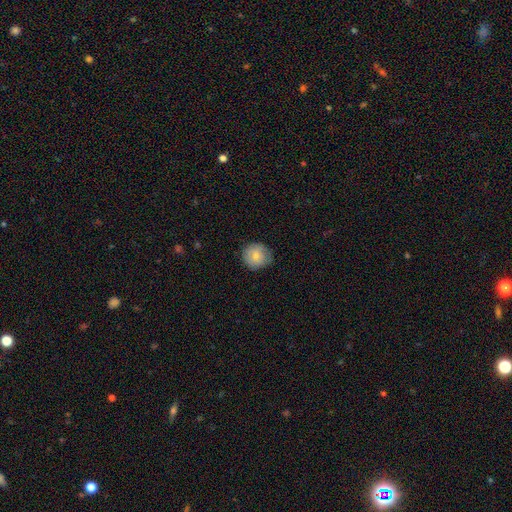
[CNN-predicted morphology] A smooth galaxy with no disk features (75%) that is round (88%). Merging: none (75%).